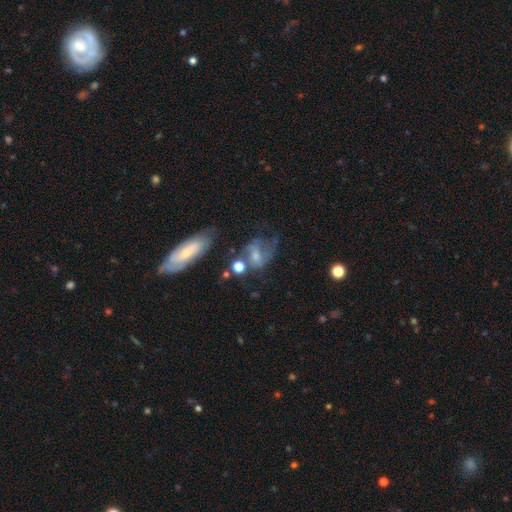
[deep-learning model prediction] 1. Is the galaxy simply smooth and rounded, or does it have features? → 46% featured or disk, 41% smooth, 13% star or artifact.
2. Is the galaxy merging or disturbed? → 33% none, 30% major disturbance, 21% minor disturbance, 15% merger.